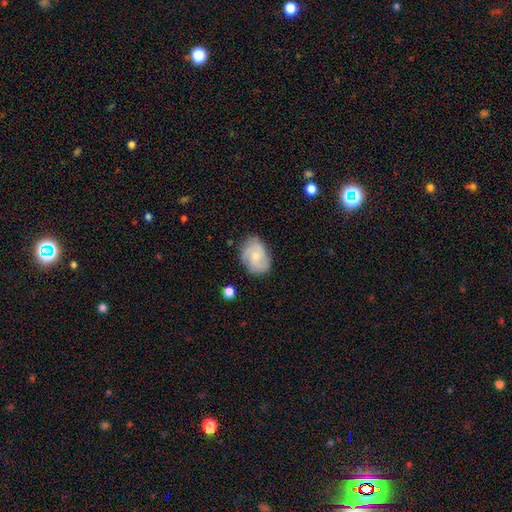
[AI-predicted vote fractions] This appears to be a smooth galaxy with no disk features (53%) that is in between round and cigar-shaped (72%). Merging: none (66%).